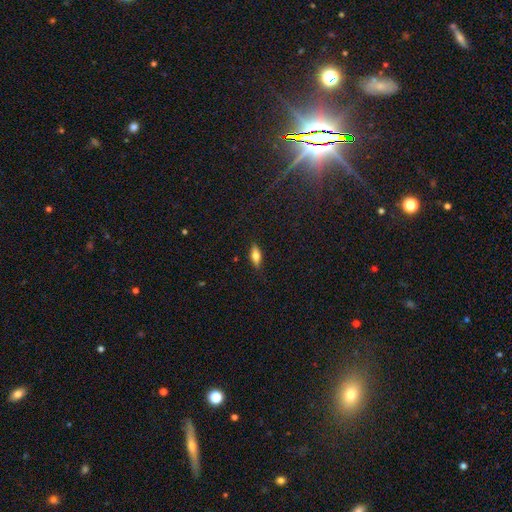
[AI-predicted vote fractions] smooth 66%, featured or disk 26%, star or artifact 8%. Down the decision tree: how rounded — in between (69%); merging — none (86%).